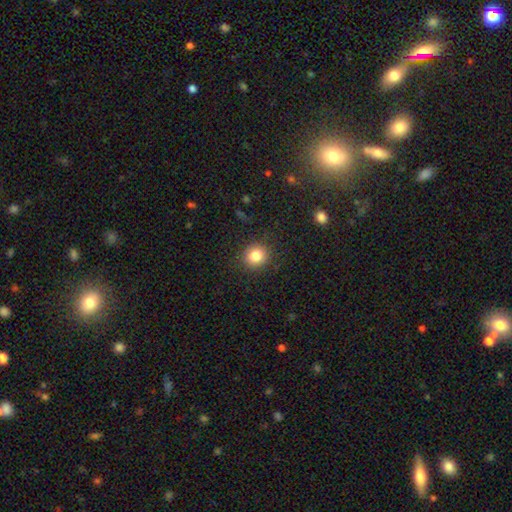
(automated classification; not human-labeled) smooth_or_featured: smooth (p=0.83) [alt: star or artifact p=0.11]
how_rounded: round (p=0.85) [alt: in between p=0.14]
merging: none (p=0.89) [alt: minor disturbance p=0.07]